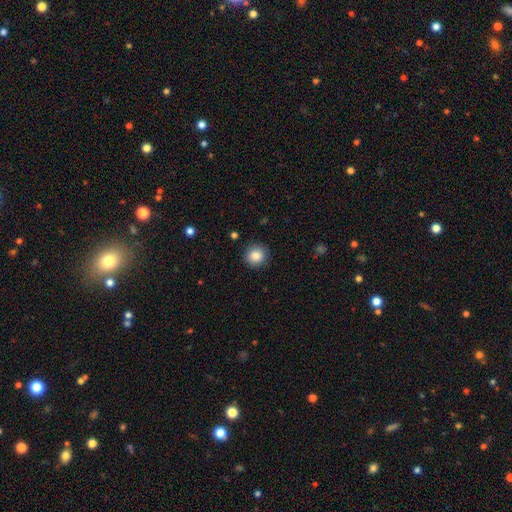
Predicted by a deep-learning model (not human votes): This is clearly a smooth galaxy (86%). How rounded: clearly round (92%). Merging: clearly none (89%).